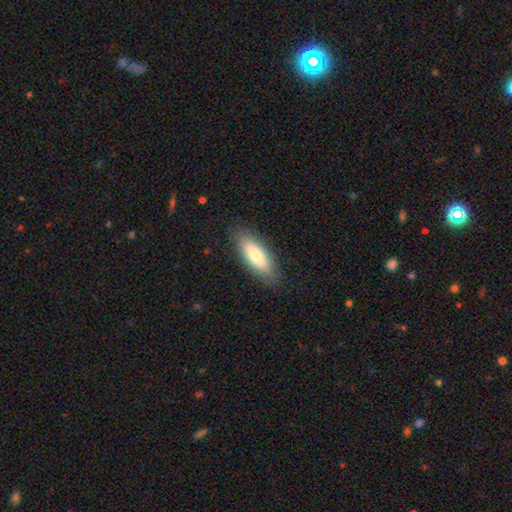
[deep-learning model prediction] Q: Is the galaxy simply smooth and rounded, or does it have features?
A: smooth — 76%.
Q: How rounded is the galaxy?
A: in between — 70%.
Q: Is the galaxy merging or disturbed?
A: none — 86%.